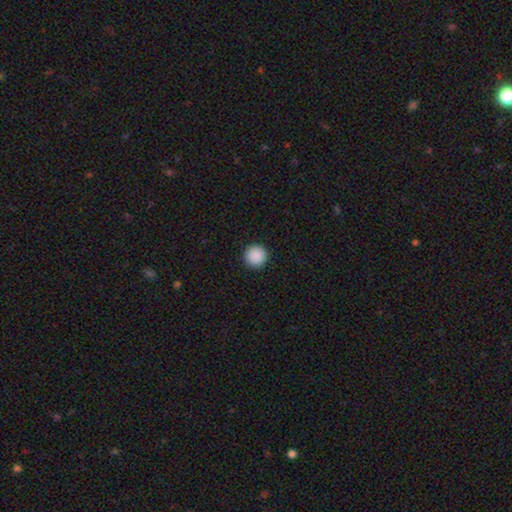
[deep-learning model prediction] Q: Smooth or featured?
A: smooth (90%); runner-up: star or artifact (8%)
Q: How rounded?
A: round (96%); runner-up: in between (3%)
Q: Merging?
A: none (94%); runner-up: minor disturbance (4%)